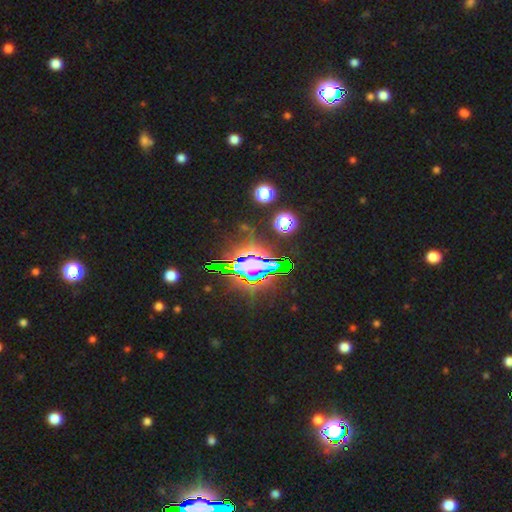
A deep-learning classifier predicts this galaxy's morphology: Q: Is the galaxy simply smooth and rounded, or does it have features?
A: star or artifact — 71%.